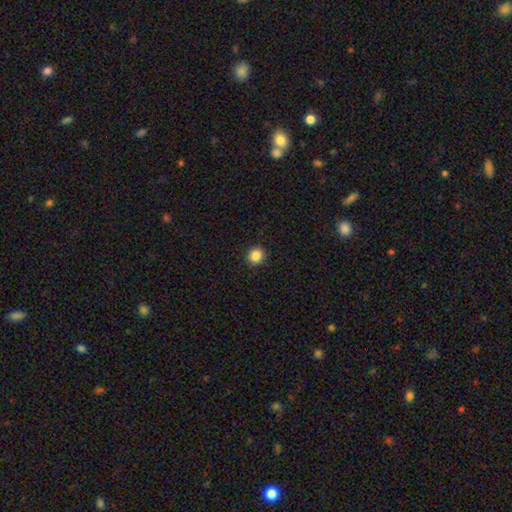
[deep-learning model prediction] Smooth or featured? Predicted: smooth (p=0.87). How rounded? Predicted: round (p=0.89). Merging? Predicted: none (p=0.92).